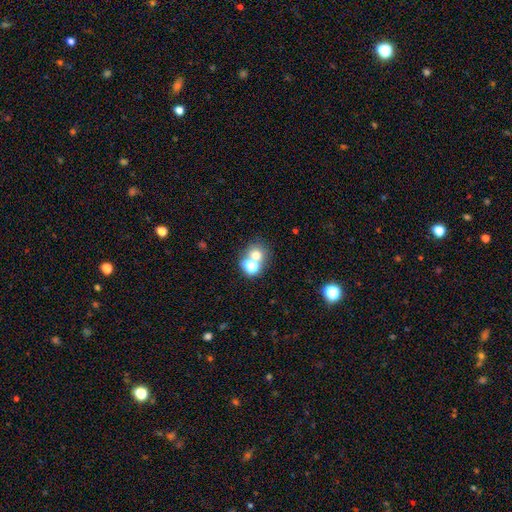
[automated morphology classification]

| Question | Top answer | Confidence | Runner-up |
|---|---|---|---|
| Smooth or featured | smooth | 65% | star or artifact (23%) |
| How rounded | round | 79% | in between (20%) |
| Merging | none | 50% | merger (40%) |